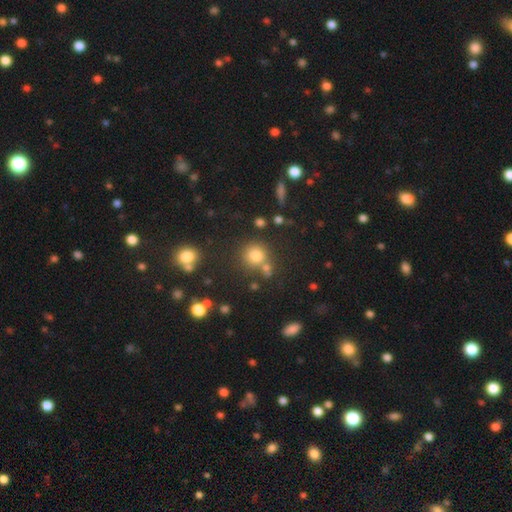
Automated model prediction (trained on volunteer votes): smooth_or_featured: smooth (p=0.77) [alt: star or artifact p=0.15]
how_rounded: round (p=0.89) [alt: in between p=0.10]
merging: none (p=0.69) [alt: merger p=0.16]